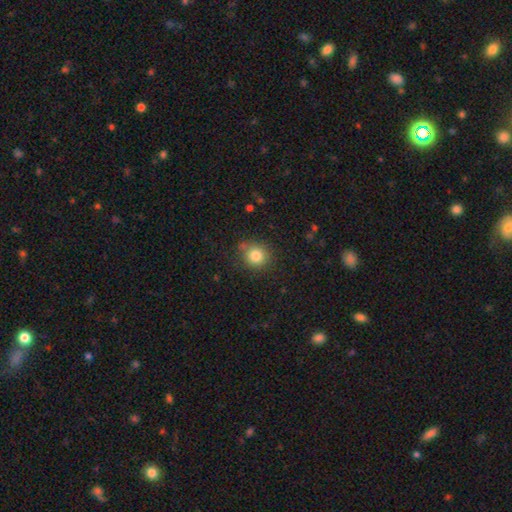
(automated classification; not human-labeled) smooth_or_featured: smooth (p=0.81) [alt: star or artifact p=0.12]
how_rounded: round (p=0.89) [alt: in between p=0.10]
merging: none (p=0.79) [alt: minor disturbance p=0.13]